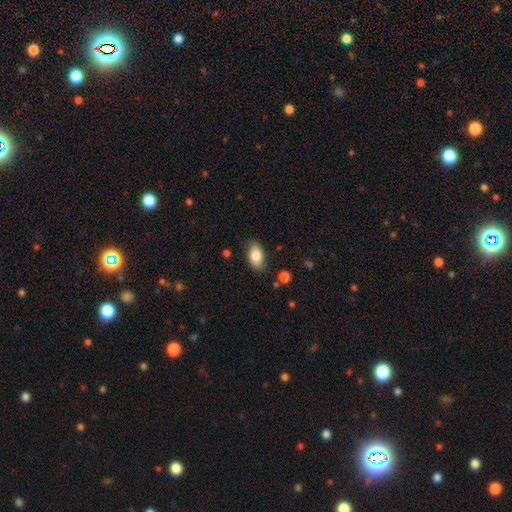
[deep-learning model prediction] A smooth galaxy with no disk features (82%) that is in between round and cigar-shaped (91%). Merging: none (81%).